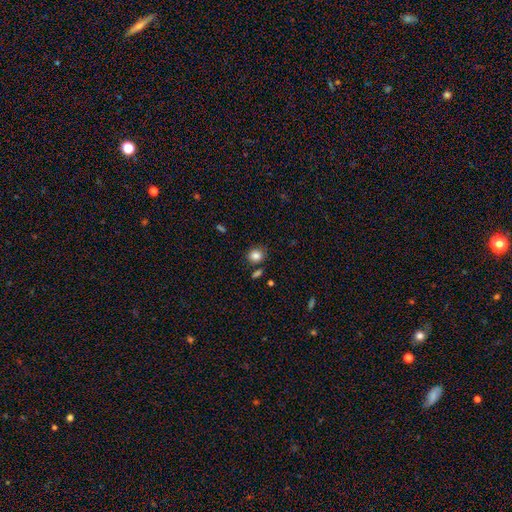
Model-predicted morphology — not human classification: A smooth galaxy with no disk features (84%) that is round (70%).

Vote fractions:
- Smooth or featured? smooth: 84% / star or artifact: 10% / featured or disk: 6%
- How rounded? round: 70% / in between: 29% / cigar-shaped: 1%
- Merging? none: 78% / minor disturbance: 12% / merger: 7% / major disturbance: 3%